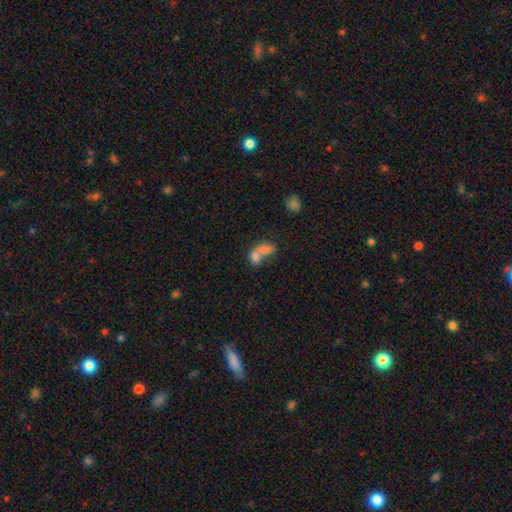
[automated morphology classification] type=smooth (72%); roundness=in between (74%); merging=merger (71%).